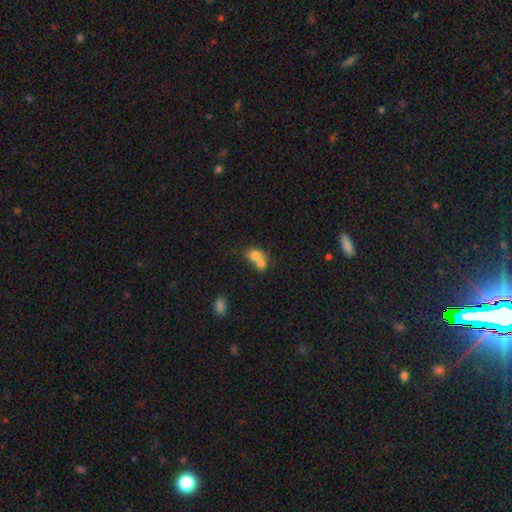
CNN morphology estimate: smooth_or_featured: smooth (p=0.74) [alt: featured or disk p=0.17]
how_rounded: in between (p=0.50) [alt: round p=0.49]
merging: merger (p=0.71) [alt: none p=0.20]